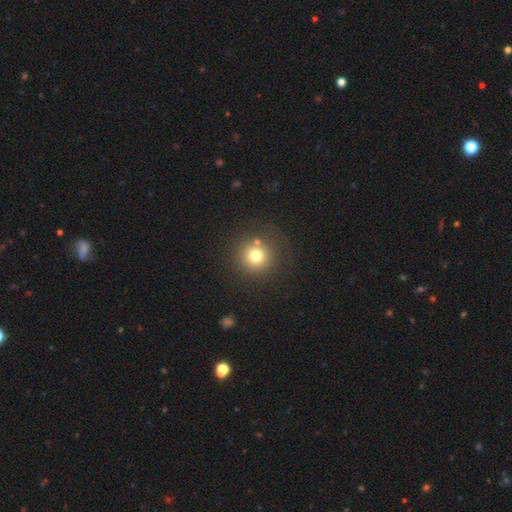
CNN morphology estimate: Smooth or featured: smooth — 75% (star or artifact — 15%)
How rounded: round — 94% (in between — 5%)
Merging: none — 80% (minor disturbance — 9%)